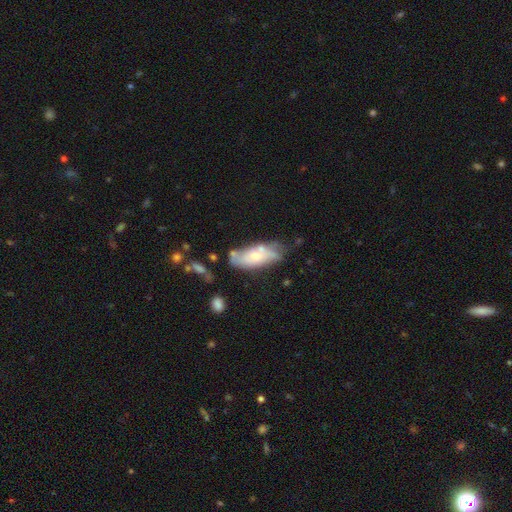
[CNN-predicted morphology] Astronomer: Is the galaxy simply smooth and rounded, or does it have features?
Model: featured or disk — 47% (runner-up: smooth, 46%).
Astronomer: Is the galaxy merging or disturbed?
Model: none — 53%.